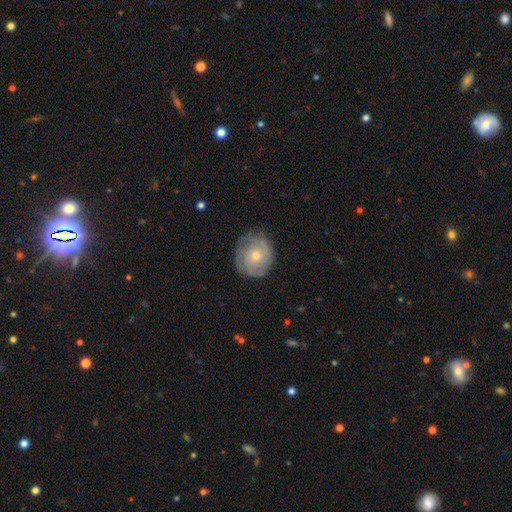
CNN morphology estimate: Q: Smooth or featured?
A: featured or disk (63%); runner-up: smooth (30%)
Q: Edge-on disk?
A: no (97%); runner-up: yes (3%)
Q: Bar?
A: no (82%); runner-up: weak (15%)
Q: Spiral arms?
A: yes (83%); runner-up: no (17%)
Q: Spiral winding?
A: tight (69%); runner-up: medium (24%)
Q: Spiral arm count?
A: can't tell (42%); runner-up: 2 (26%)
Q: Bulge size?
A: small (49%); runner-up: moderate (47%)
Q: Merging?
A: none (79%); runner-up: minor disturbance (16%)